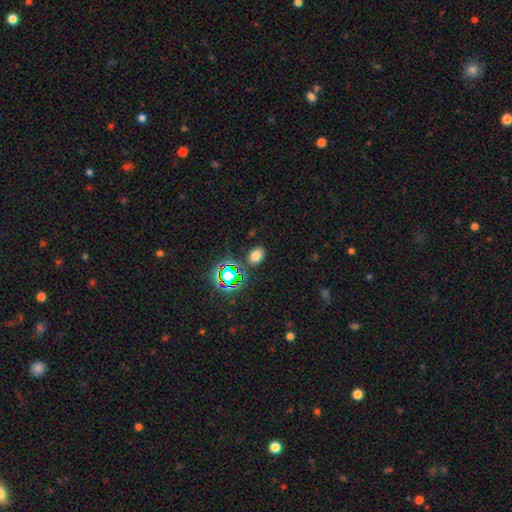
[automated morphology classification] smooth-or-featured: smooth: 69% | star or artifact: 24% | featured or disk: 7%
  how-rounded: in between: 78% | round: 21% | cigar-shaped: 1%
  merging: none: 84% | minor disturbance: 10% | merger: 3% | major disturbance: 3%